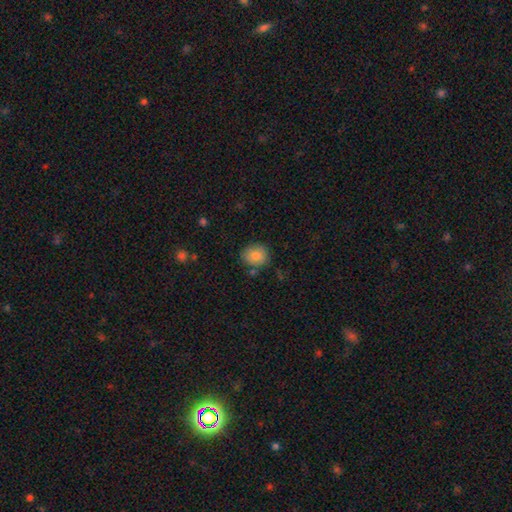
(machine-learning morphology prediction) The model was most divided on "how rounded": round: 72%, in between: 27%, cigar-shaped: 1%. More confident: smooth or featured — smooth (84%); merging — none (78%).